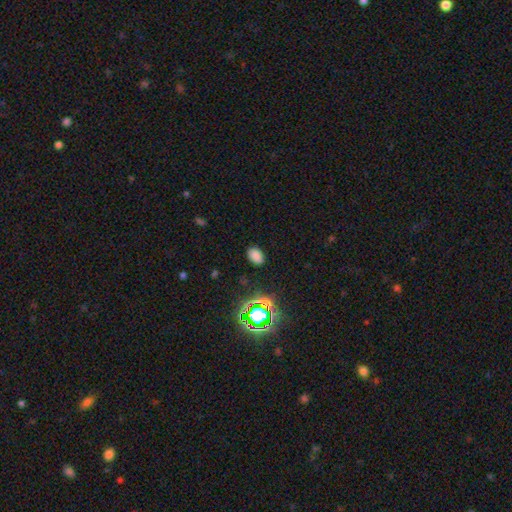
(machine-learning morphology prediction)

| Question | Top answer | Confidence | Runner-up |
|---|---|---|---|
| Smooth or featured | smooth | 75% | star or artifact (20%) |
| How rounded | in between | 84% | round (14%) |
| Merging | none | 86% | minor disturbance (10%) |